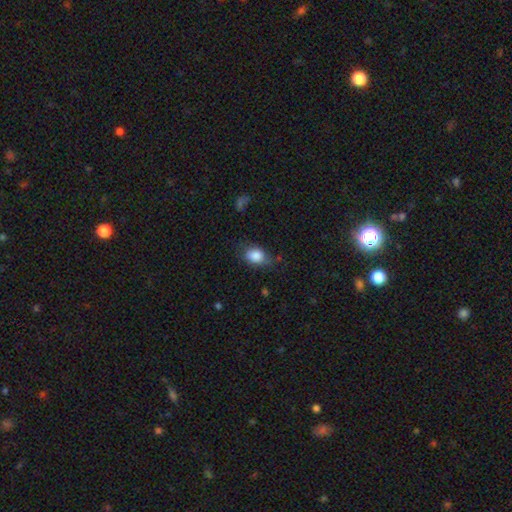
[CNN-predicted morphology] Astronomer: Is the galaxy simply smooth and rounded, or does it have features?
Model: smooth — 85%.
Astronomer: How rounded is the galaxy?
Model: in between — 74%.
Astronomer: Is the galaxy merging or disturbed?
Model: none — 66%.